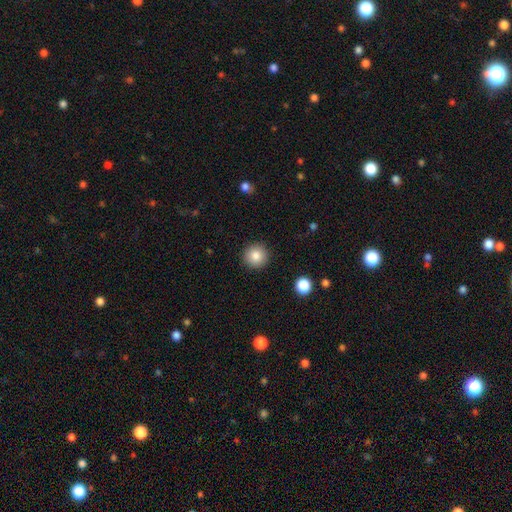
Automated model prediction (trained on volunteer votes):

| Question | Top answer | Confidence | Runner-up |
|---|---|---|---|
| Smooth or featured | smooth | 84% | star or artifact (9%) |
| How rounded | round | 95% | in between (4%) |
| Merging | none | 92% | minor disturbance (5%) |